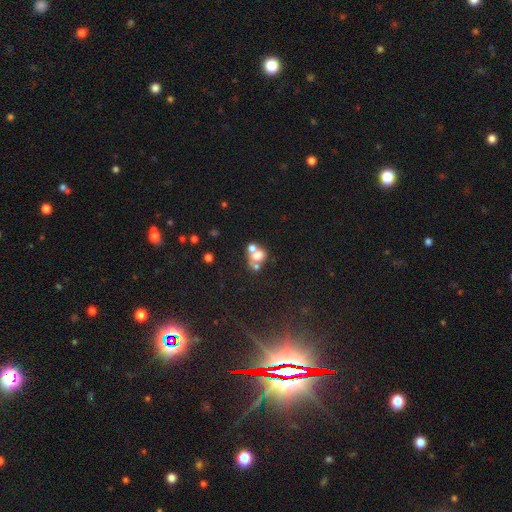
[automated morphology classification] A smooth galaxy with no disk features (58%) that is in between round and cigar-shaped (51%). Merging: merger (55%).